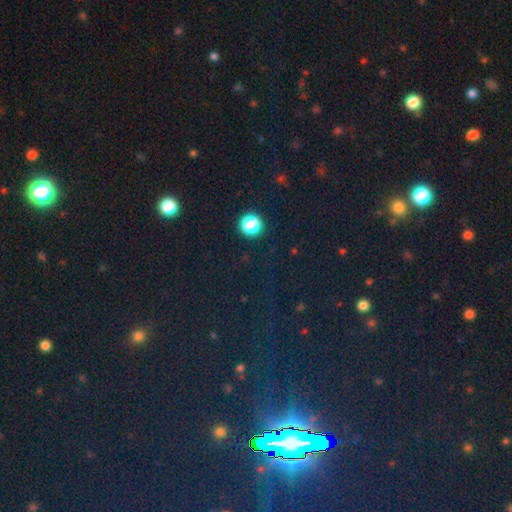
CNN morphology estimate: Overall: star or artifact (73%).